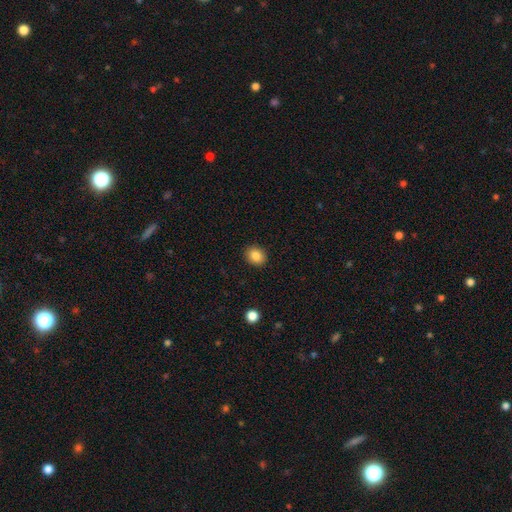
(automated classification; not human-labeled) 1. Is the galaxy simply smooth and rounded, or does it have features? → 86% smooth, 9% star or artifact, 5% featured or disk.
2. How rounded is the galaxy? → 64% round, 36% in between, 1% cigar-shaped.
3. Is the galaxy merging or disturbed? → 91% none, 7% minor disturbance, 2% major disturbance, 1% merger.